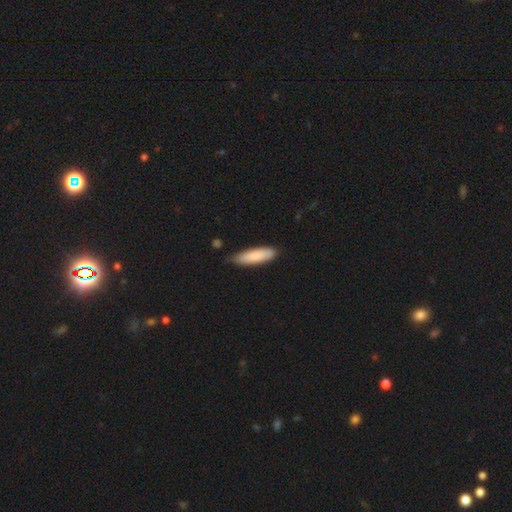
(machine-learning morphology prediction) Smooth or featured: smooth — 85% (featured or disk — 10%)
How rounded: cigar-shaped — 63% (in between — 36%)
Merging: none — 76% (minor disturbance — 20%)